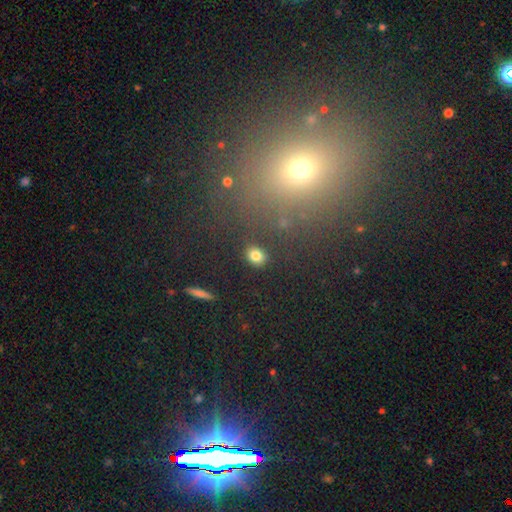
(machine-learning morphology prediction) smooth_or_featured: smooth (p=0.81) [alt: star or artifact p=0.13]
how_rounded: round (p=0.53) [alt: in between p=0.45]
merging: none (p=0.85) [alt: minor disturbance p=0.09]